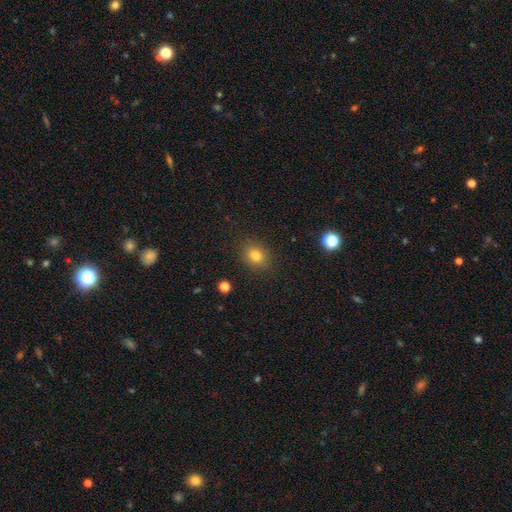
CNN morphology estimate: smooth 79%, star or artifact 13%, featured or disk 8%. Down the decision tree: how rounded — round (60%); merging — none (86%).